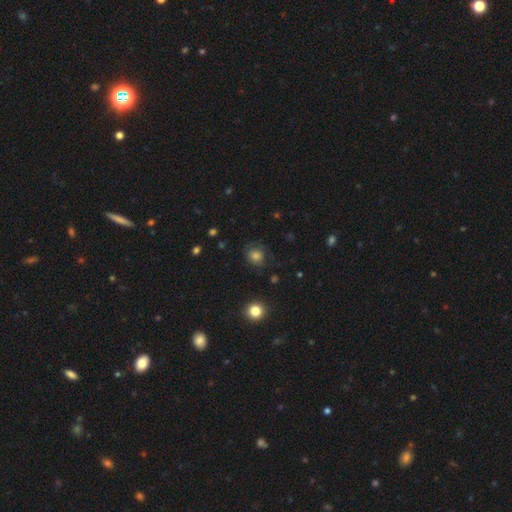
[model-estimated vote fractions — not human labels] Q: Smooth or featured?
A: smooth (77%); runner-up: star or artifact (14%)
Q: How rounded?
A: round (82%); runner-up: in between (17%)
Q: Merging?
A: none (72%); runner-up: minor disturbance (17%)